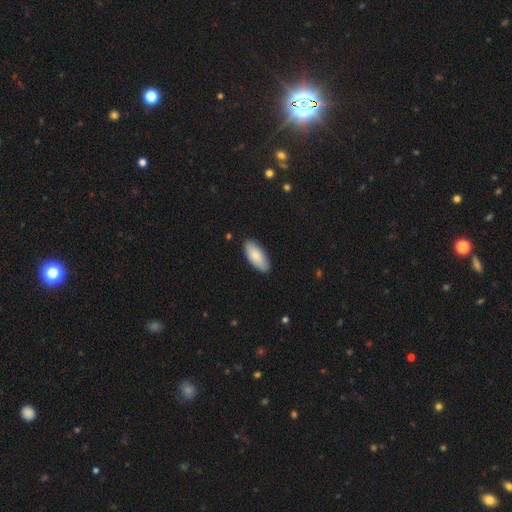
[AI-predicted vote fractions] Morphology: type=smooth (84%); roundness=in between (85%); merging=none (87%).